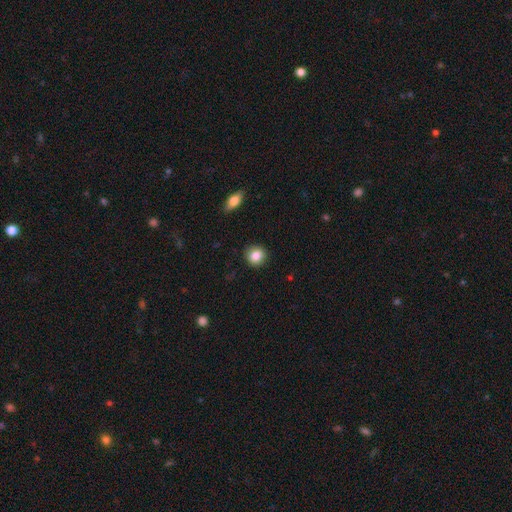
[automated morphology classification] Overall: smooth (85%). How rounded: round (87%). Merging: none (90%).